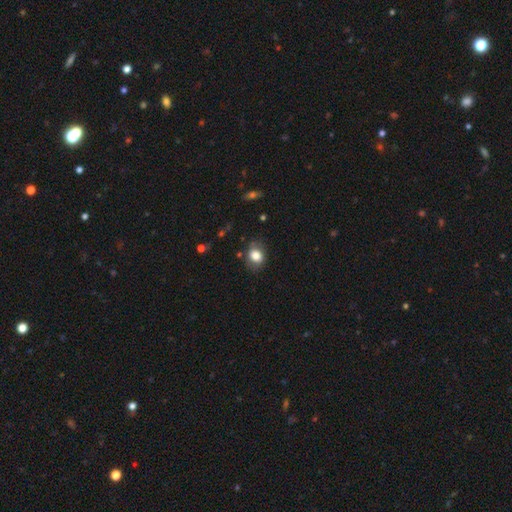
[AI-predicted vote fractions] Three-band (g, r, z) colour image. It shows a smooth galaxy with no disk features (81%) that is in between round and cigar-shaped (56%). Merging: none (78%).